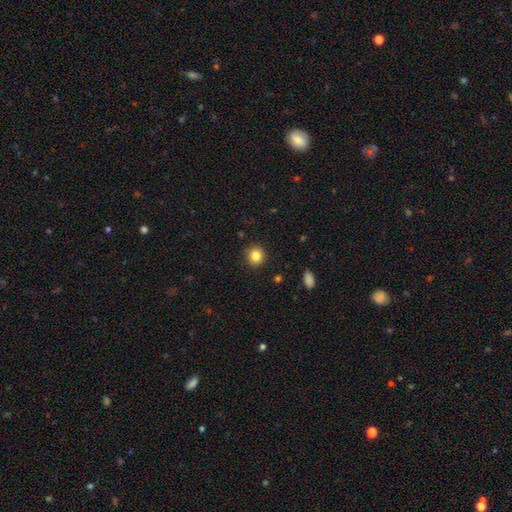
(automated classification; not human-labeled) Q: Smooth or featured?
A: smooth (84%); runner-up: star or artifact (11%)
Q: How rounded?
A: round (87%); runner-up: in between (12%)
Q: Merging?
A: none (90%); runner-up: minor disturbance (7%)